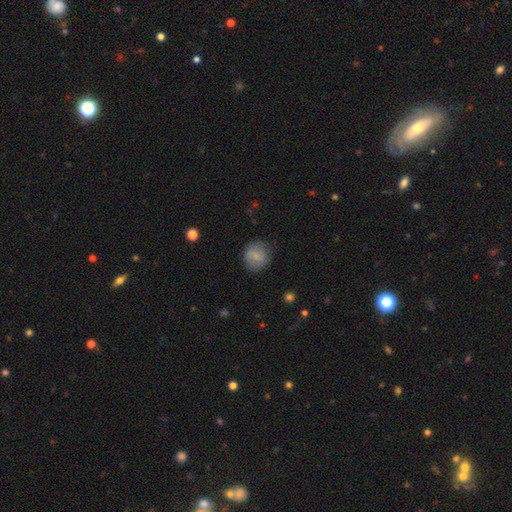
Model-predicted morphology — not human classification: smooth-or-featured: smooth: 75% | featured or disk: 17% | star or artifact: 8%
  how-rounded: round: 81% | in between: 18% | cigar-shaped: 1%
  merging: none: 76% | minor disturbance: 17% | major disturbance: 6% | merger: 1%